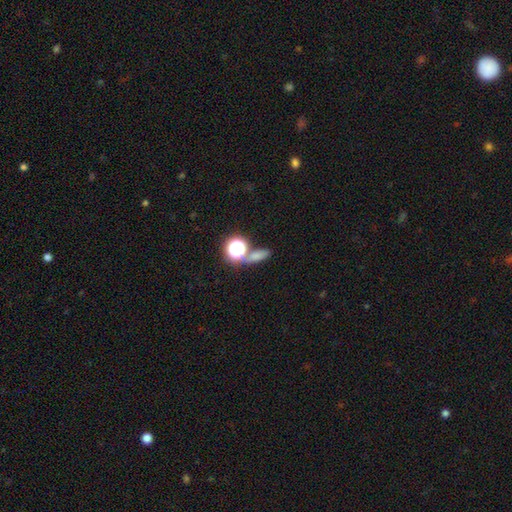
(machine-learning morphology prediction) smooth 64%, star or artifact 25%, featured or disk 10%. Down the decision tree: how rounded — in between (43%); merging — none (64%).